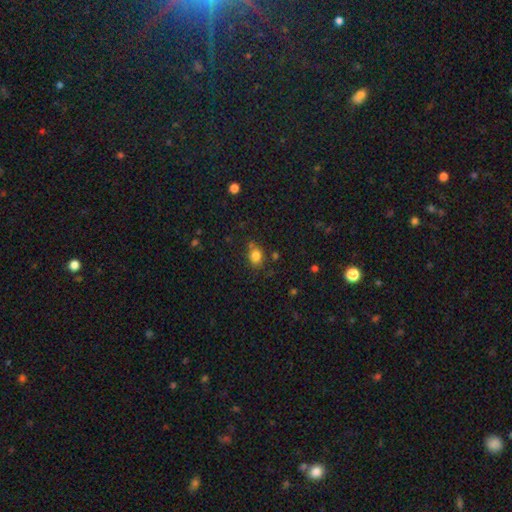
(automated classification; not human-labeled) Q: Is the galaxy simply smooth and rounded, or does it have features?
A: smooth — 81%.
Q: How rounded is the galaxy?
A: round — 52%.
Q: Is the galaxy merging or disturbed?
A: none — 70%.